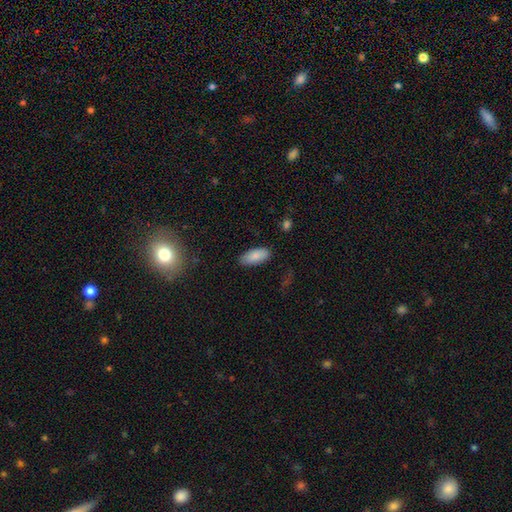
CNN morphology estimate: This is clearly a smooth galaxy (87%). How rounded: clearly in between (88%). Merging: clearly none (85%).